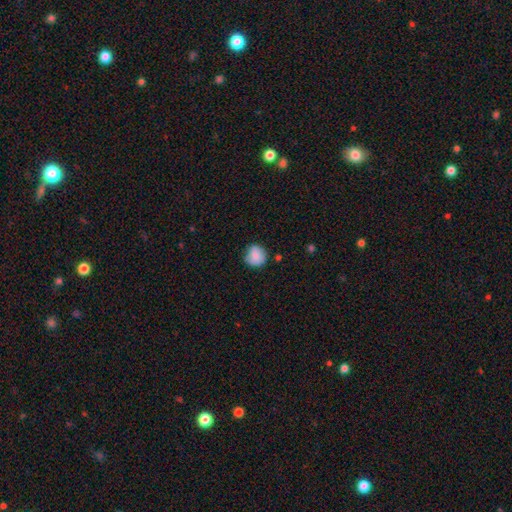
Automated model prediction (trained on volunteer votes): This appears to be a smooth galaxy with no disk features (82%) that is round (85%). Merging: none (68%).